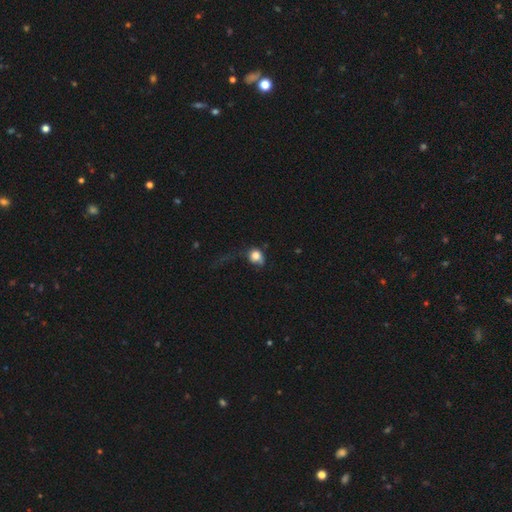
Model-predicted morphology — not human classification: Smooth or featured? Predicted: smooth (p=0.78). How rounded? Predicted: round (p=0.69). Merging? Predicted: major disturbance (p=0.39).